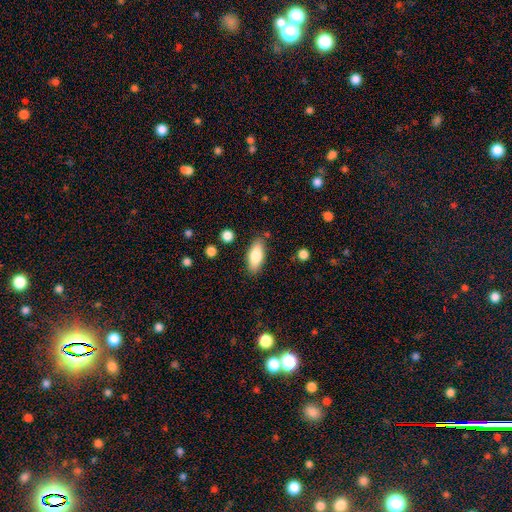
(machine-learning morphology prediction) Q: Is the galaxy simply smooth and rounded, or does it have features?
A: smooth — 79%.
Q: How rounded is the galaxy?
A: in between — 80%.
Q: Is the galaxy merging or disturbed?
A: none — 84%.